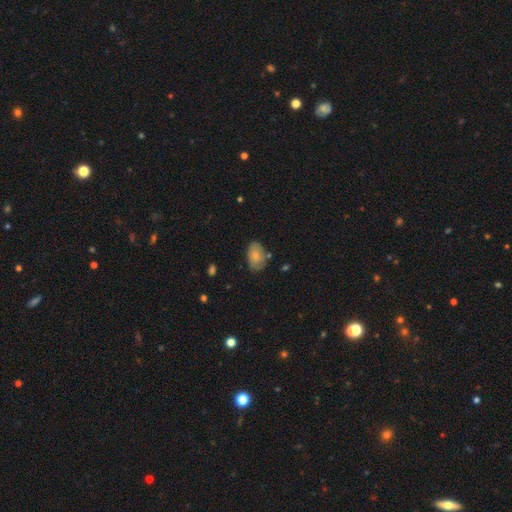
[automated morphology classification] A smooth galaxy with no disk features (75%) that is in between round and cigar-shaped (87%).

Vote fractions:
- Smooth or featured? smooth: 75% / featured or disk: 18% / star or artifact: 7%
- How rounded? in between: 87% / round: 12% / cigar-shaped: 1%
- Merging? none: 70% / minor disturbance: 21% / major disturbance: 4% / merger: 4%